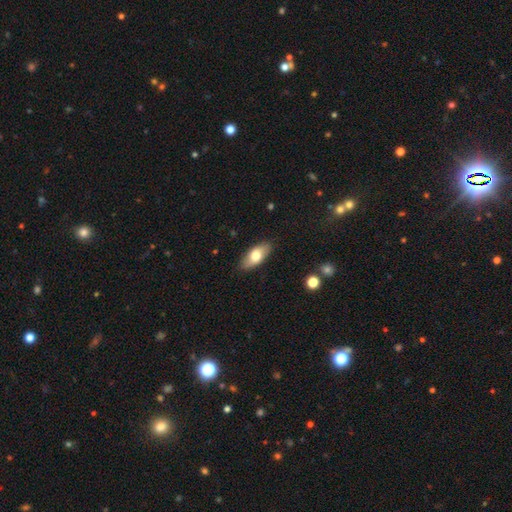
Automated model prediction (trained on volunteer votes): smooth 71%, featured or disk 23%, star or artifact 6%. Down the decision tree: how rounded — in between (86%); merging — none (87%).